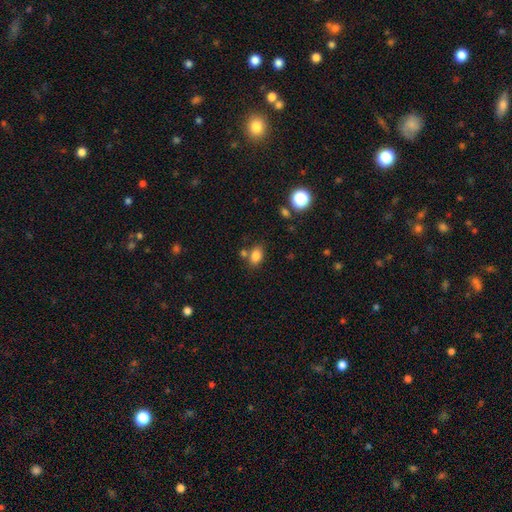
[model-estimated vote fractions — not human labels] Smooth or featured?
  - smooth: 83% *
  - star or artifact: 11%
  - featured or disk: 6%
How rounded?
  - in between: 83% *
  - round: 15%
  - cigar-shaped: 2%
Merging?
  - none: 66% *
  - merger: 16%
  - minor disturbance: 14%
  - major disturbance: 4%